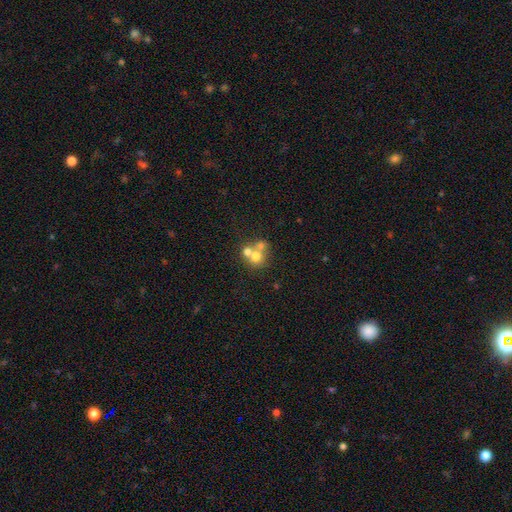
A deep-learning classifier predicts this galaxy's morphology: A smooth galaxy with no disk features (62%) that is round (82%). Merging: merger (56%).